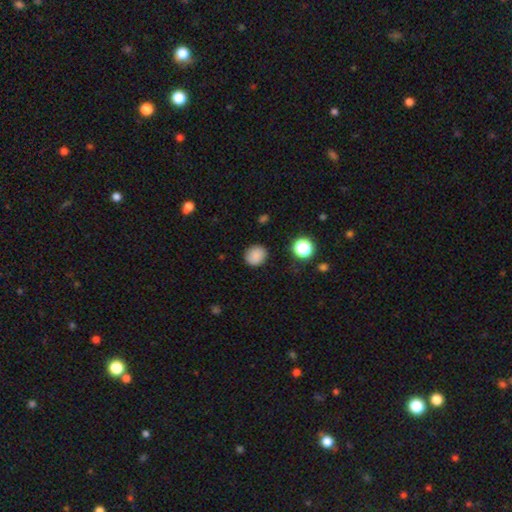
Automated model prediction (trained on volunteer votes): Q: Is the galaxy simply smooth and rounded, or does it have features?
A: smooth — 85%.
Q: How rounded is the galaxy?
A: round — 80%.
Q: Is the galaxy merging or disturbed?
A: none — 87%.